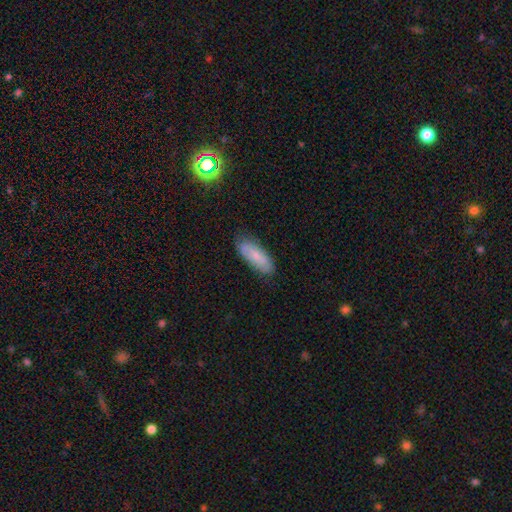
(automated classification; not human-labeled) Morphology: type=smooth (72%); roundness=in between (66%); merging=none (80%).